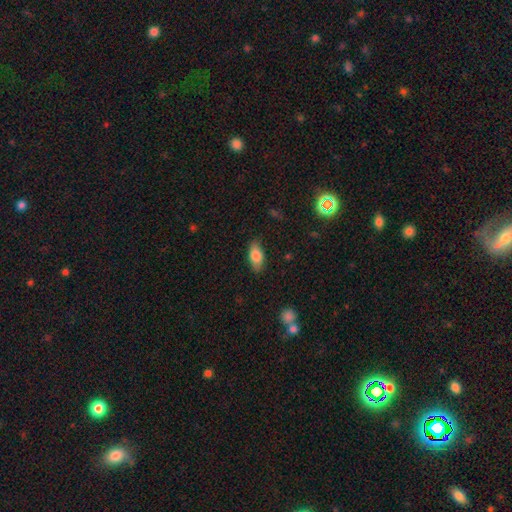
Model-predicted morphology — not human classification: Smooth or featured: smooth — 81% (featured or disk — 12%)
How rounded: in between — 86% (cigar-shaped — 10%)
Merging: none — 84% (minor disturbance — 12%)